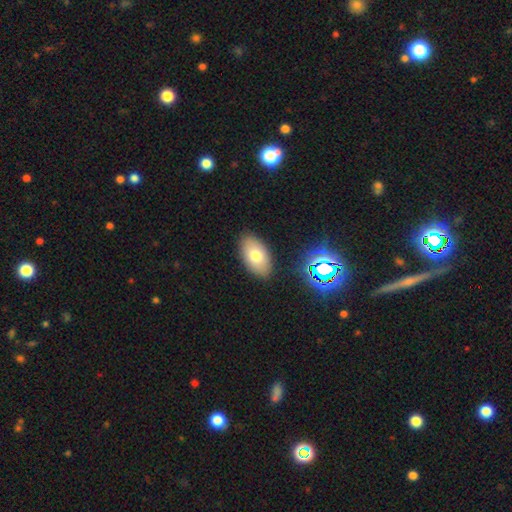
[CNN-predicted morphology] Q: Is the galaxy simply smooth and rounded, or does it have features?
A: smooth — 74%.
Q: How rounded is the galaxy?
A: in between — 93%.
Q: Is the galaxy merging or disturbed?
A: none — 87%.